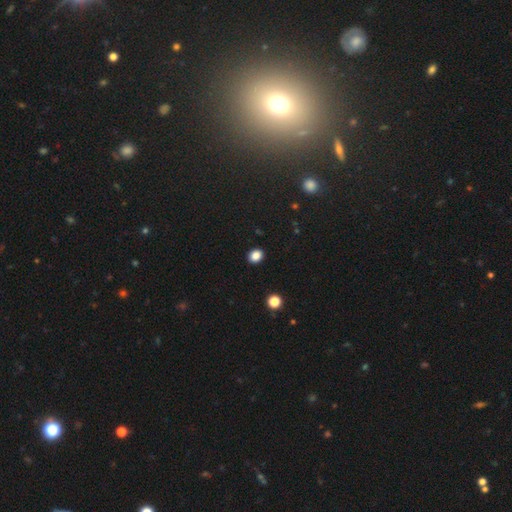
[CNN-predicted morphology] smooth_or_featured: smooth (p=0.86) [alt: star or artifact p=0.11]
how_rounded: round (p=0.57) [alt: in between p=0.42]
merging: none (p=0.91) [alt: minor disturbance p=0.06]